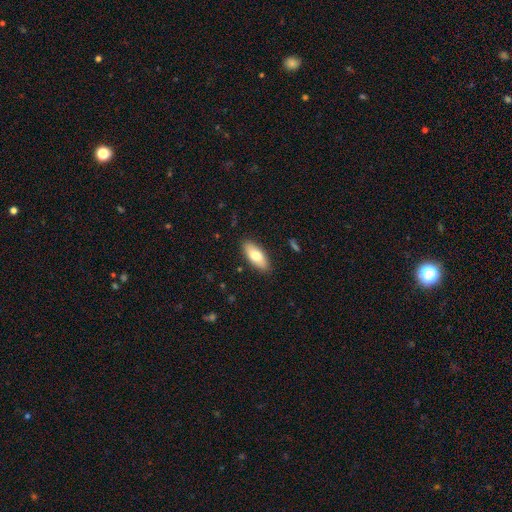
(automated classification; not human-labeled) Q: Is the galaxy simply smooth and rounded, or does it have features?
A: smooth — 75%.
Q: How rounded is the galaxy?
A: in between — 83%.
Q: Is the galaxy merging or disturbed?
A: none — 88%.